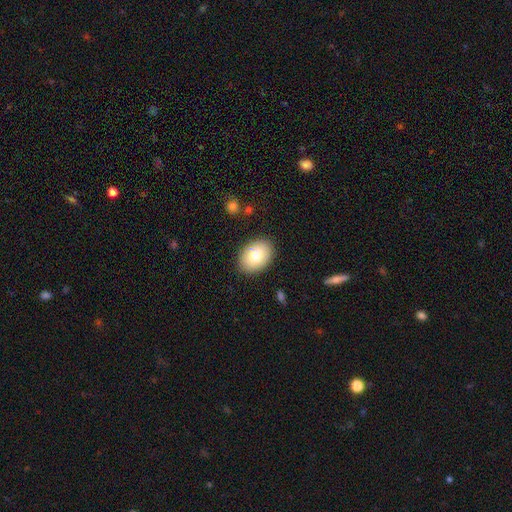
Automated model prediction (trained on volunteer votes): Overall: smooth (78%). How rounded: in between (80%). Merging: none (88%).